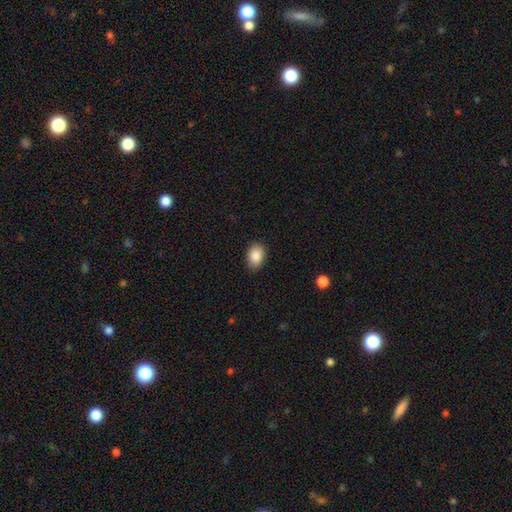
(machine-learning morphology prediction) Smooth or featured?
  - smooth: 88% *
  - star or artifact: 7%
  - featured or disk: 4%
How rounded?
  - in between: 81% *
  - round: 17%
  - cigar-shaped: 1%
Merging?
  - none: 84% *
  - minor disturbance: 13%
  - major disturbance: 2%
  - merger: 1%